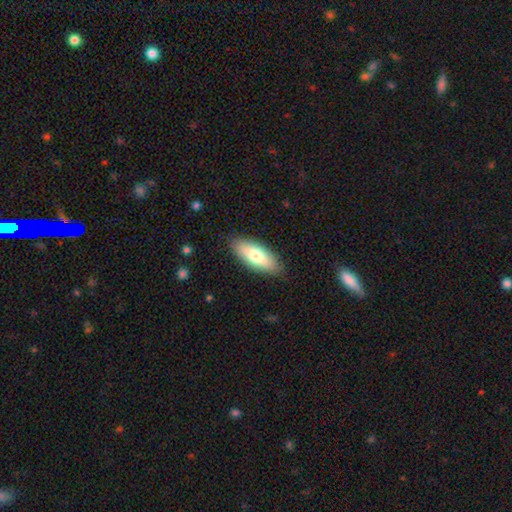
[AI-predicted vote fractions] Overall: smooth (72%). How rounded: in between (76%). Merging: none (87%).